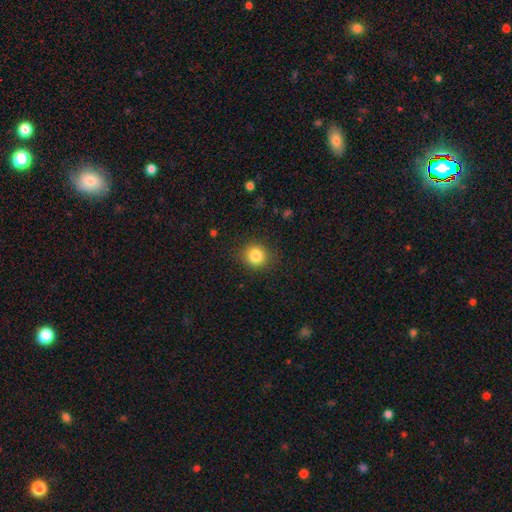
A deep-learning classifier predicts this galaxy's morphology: A smooth galaxy with no disk features (84%) that is round (87%).

Vote fractions:
- Smooth or featured? smooth: 84% / star or artifact: 11% / featured or disk: 6%
- How rounded? round: 87% / in between: 13% / cigar-shaped: 1%
- Merging? none: 87% / minor disturbance: 9% / major disturbance: 3% / merger: 1%